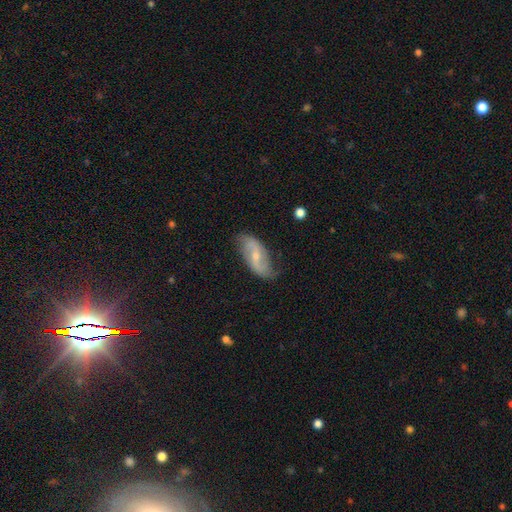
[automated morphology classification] Q: Smooth or featured?
A: featured or disk (72%); runner-up: smooth (22%)
Q: Edge-on disk?
A: no (92%); runner-up: yes (8%)
Q: Bar?
A: weak (46%); runner-up: no (30%)
Q: Spiral arms?
A: yes (88%); runner-up: no (12%)
Q: Spiral winding?
A: loose (65%); runner-up: medium (25%)
Q: Spiral arm count?
A: 2 (89%); runner-up: can't tell (6%)
Q: Bulge size?
A: small (60%); runner-up: moderate (34%)
Q: Merging?
A: none (74%); runner-up: minor disturbance (20%)